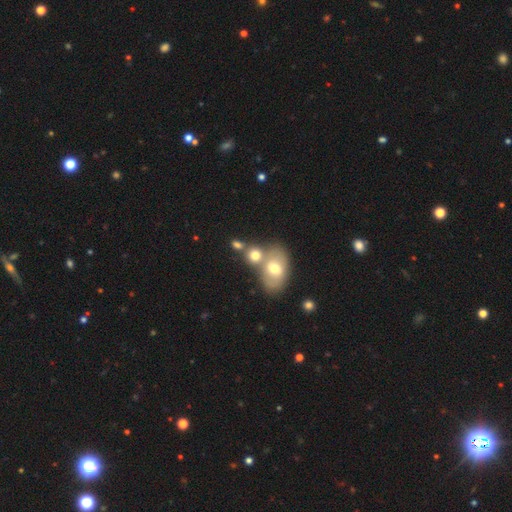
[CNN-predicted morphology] The model was most divided on "merging": merger: 47%, none: 40%, minor disturbance: 9%, major disturbance: 4%. More confident: smooth or featured — smooth (67%); how rounded — in between (59%).